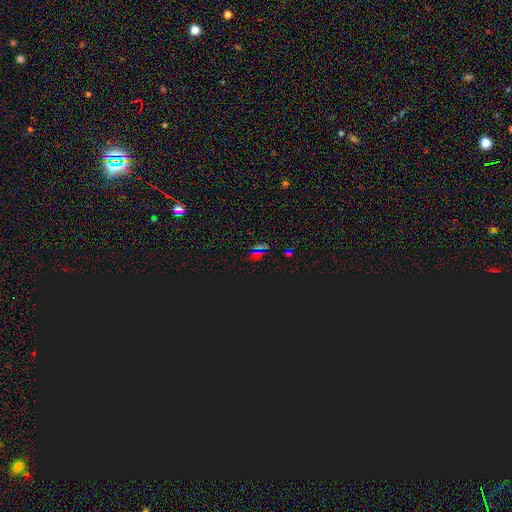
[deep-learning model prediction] This is likely a star or artifact rather than a galaxy (68%).